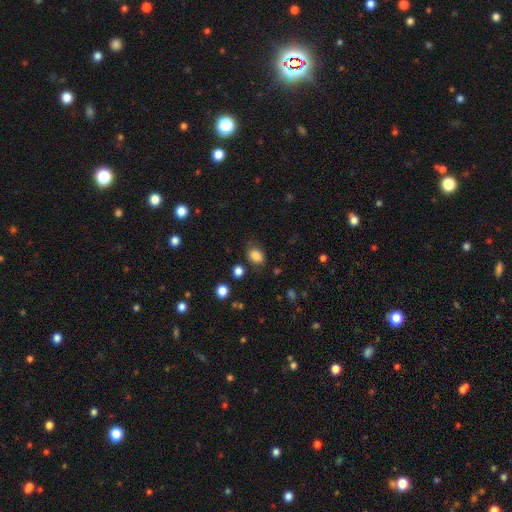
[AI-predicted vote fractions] Morphology: type=smooth (84%); roundness=in between (63%); merging=none (74%).